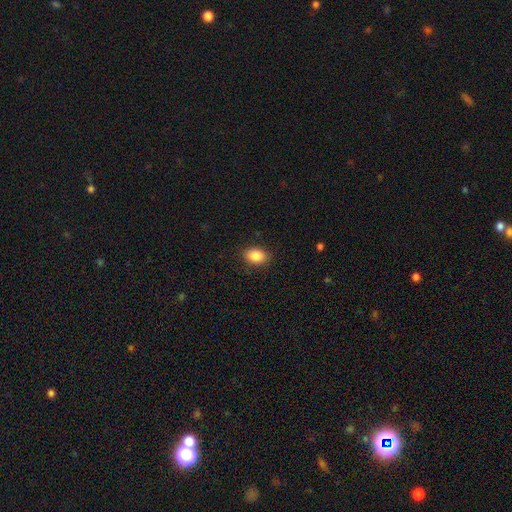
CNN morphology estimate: The model was most divided on "how rounded": in between: 75%, round: 24%, cigar-shaped: 1%. More confident: merging — none (88%); smooth or featured — smooth (87%).